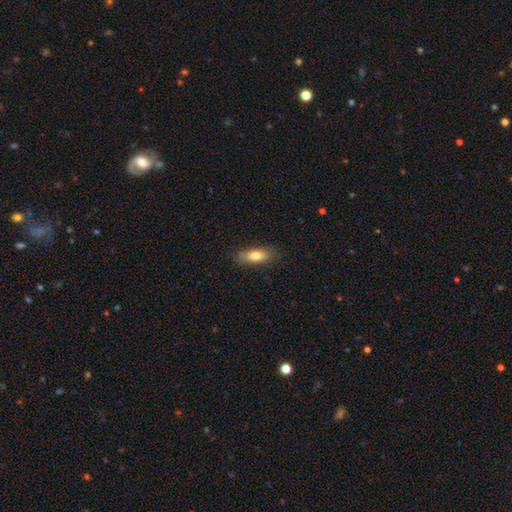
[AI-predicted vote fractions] Overall: smooth (76%). How rounded: in between (71%). Merging: none (81%).